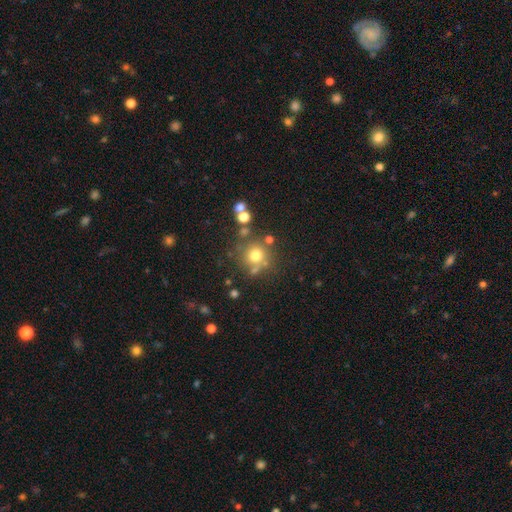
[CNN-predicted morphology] Smooth or featured? smooth (71%)
How rounded? round (92%)
Merging? none (72%)